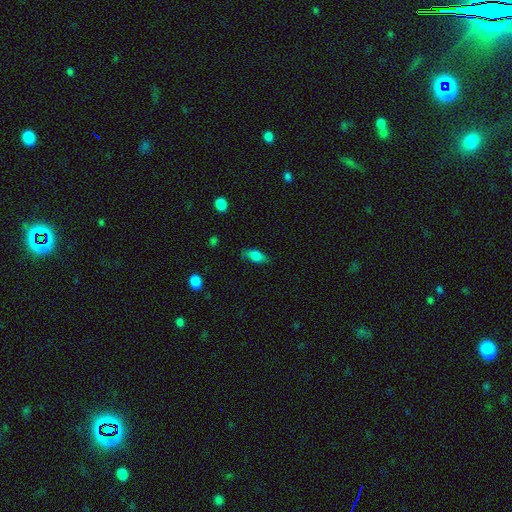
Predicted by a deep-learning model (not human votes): smooth_or_featured: smooth (p=0.78) [alt: featured or disk p=0.14]
how_rounded: in between (p=0.81) [alt: cigar-shaped p=0.14]
merging: none (p=0.74) [alt: minor disturbance p=0.19]